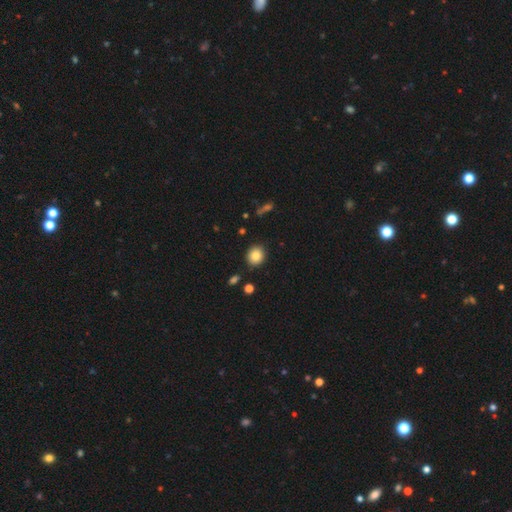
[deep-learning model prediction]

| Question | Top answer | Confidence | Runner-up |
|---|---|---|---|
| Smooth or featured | smooth | 85% | star or artifact (9%) |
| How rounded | round | 75% | in between (24%) |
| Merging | none | 88% | minor disturbance (8%) |